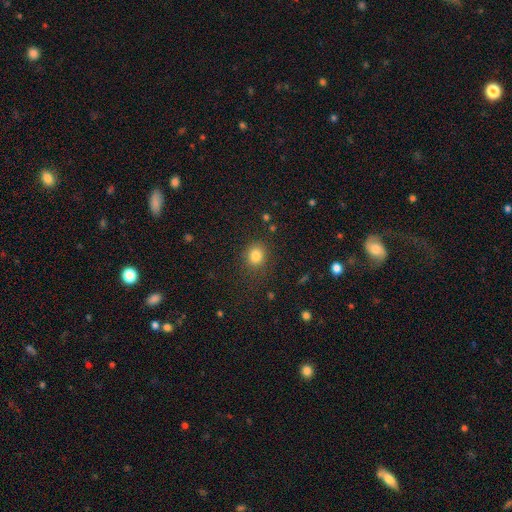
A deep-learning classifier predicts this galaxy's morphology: Smooth or featured: smooth — 82% (star or artifact — 12%)
How rounded: round — 74% (in between — 25%)
Merging: none — 82% (minor disturbance — 12%)